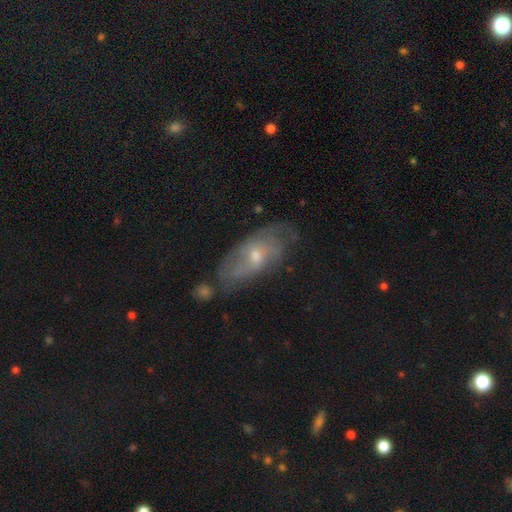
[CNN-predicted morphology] Smooth or featured? featured or disk (59%)
Edge-on disk? no (87%)
Bar? no (64%)
Spiral arms? yes (65%)
Bulge size? moderate (49%)
Merging? none (54%)